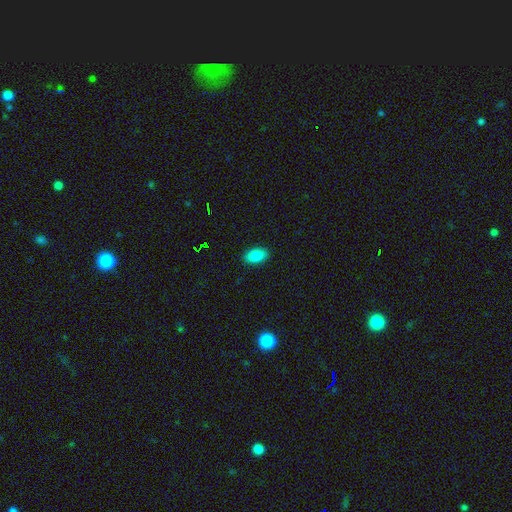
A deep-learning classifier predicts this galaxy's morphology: Overall: smooth (85%). How rounded: in between (91%). Merging: none (89%).